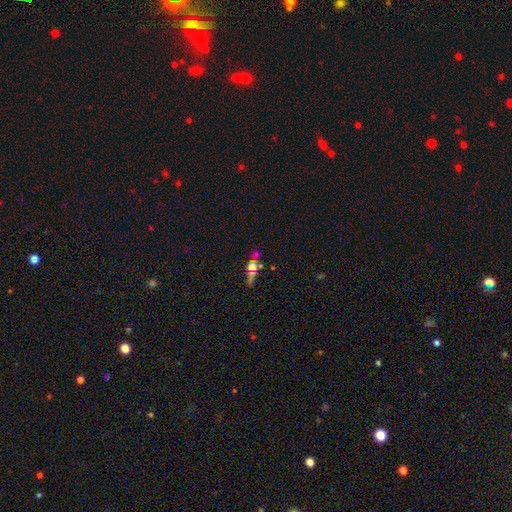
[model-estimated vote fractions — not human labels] Smooth or featured? Predicted: featured or disk (p=0.39). Merging? Predicted: none (p=0.57).